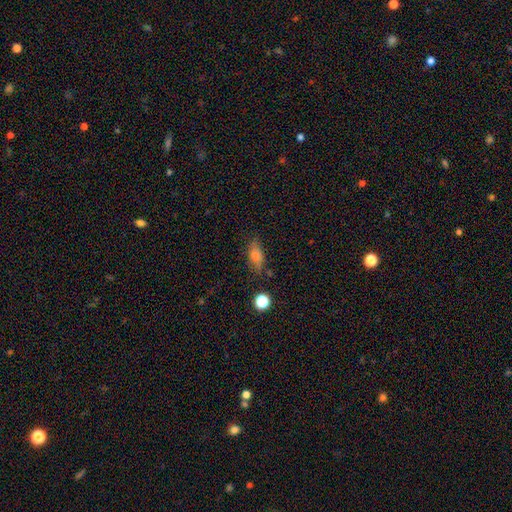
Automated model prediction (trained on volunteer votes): This appears to be a smooth galaxy with no disk features (73%) that is in between round and cigar-shaped (77%). Merging: none (63%).